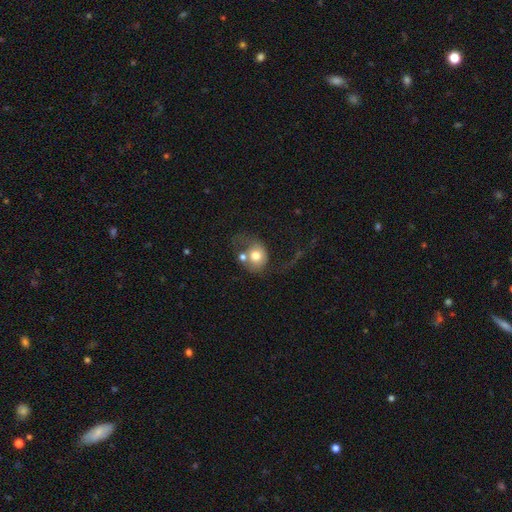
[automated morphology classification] This appears to be a smooth galaxy with no disk features (58%) that is round (64%). Merging: major disturbance (36%).